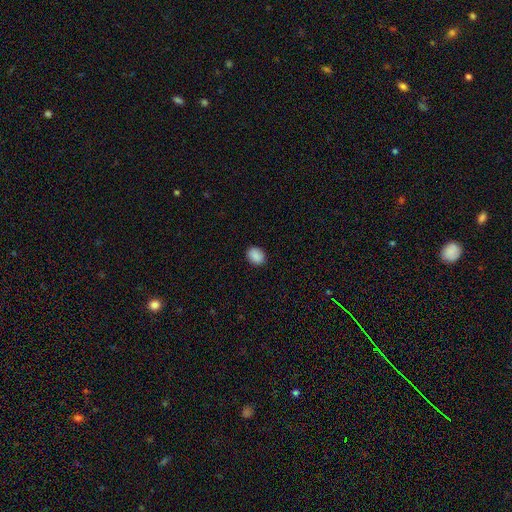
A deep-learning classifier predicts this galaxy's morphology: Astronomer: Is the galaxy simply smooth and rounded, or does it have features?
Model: smooth — 89%.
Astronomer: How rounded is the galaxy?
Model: in between — 55% (runner-up: round, 44%).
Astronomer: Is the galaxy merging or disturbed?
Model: none — 88%.